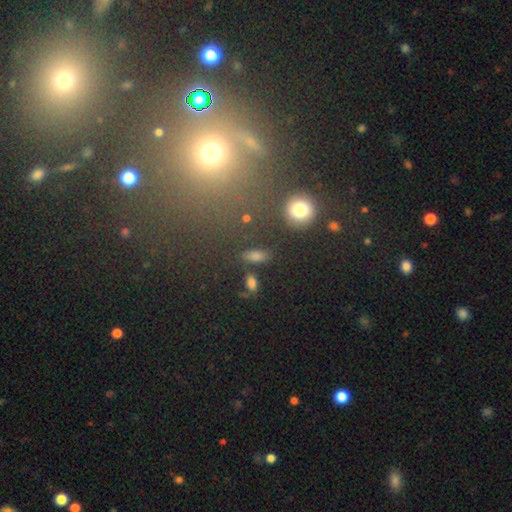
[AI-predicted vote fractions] Smooth or featured?
  - smooth: 49% *
  - star or artifact: 40%
  - featured or disk: 11%
Merging?
  - none: 83% *
  - minor disturbance: 8%
  - merger: 5%
  - major disturbance: 4%